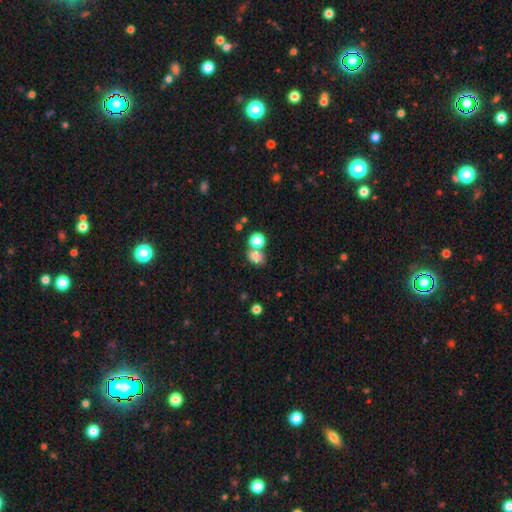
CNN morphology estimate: smooth_or_featured: smooth (p=0.77) [alt: star or artifact p=0.14]
how_rounded: round (p=0.61) [alt: in between p=0.38]
merging: none (p=0.52) [alt: merger p=0.34]